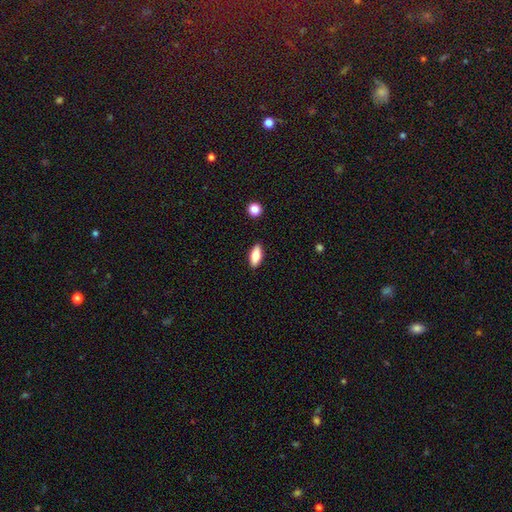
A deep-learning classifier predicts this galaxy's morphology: Smooth or featured? Predicted: smooth (p=0.77). How rounded? Predicted: in between (p=0.81). Merging? Predicted: none (p=0.89).